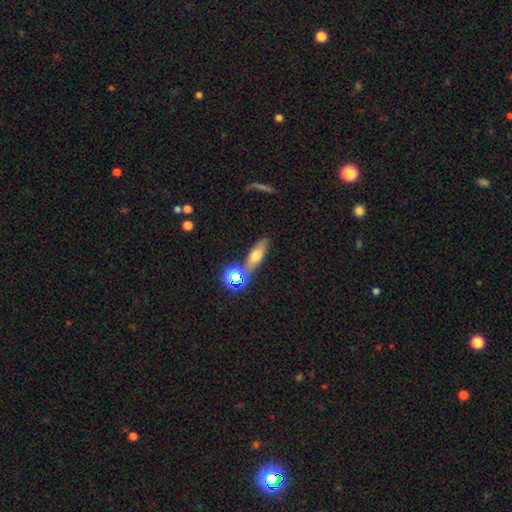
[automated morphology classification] This is possibly a smooth galaxy (55%). How rounded: possibly in between (49%). Merging: likely none (71%).